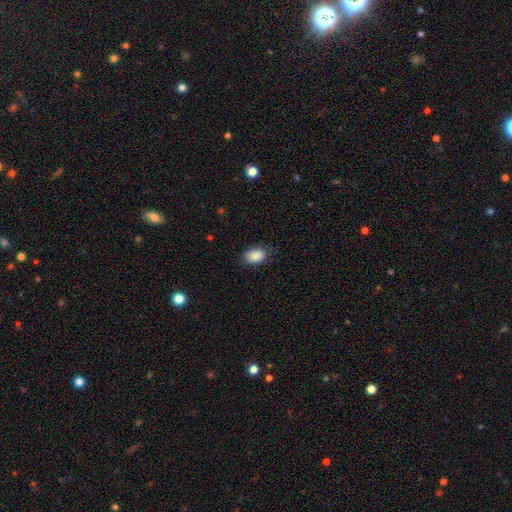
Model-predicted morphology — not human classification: A smooth galaxy with no disk features (88%) that is in between round and cigar-shaped (82%). Merging: none (77%).